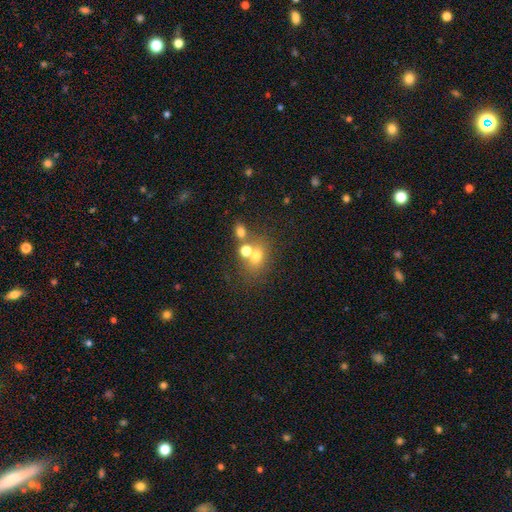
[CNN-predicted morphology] The model was most divided on "how rounded" (2-way tie): in between: 49%, round: 49%, cigar-shaped: 1%. Remaining: smooth or featured — smooth (64%); merging — none (47%).